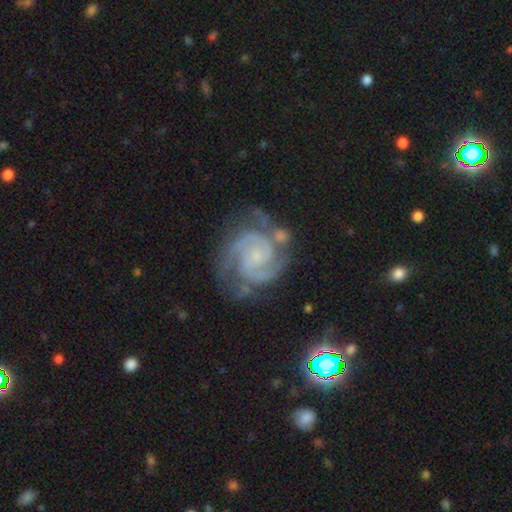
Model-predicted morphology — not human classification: Smooth or featured? featured or disk (92%)
Edge-on disk? no (98%)
Bar? no (61%)
Spiral arms? yes (99%)
Spiral winding? tight (62%)
Spiral arm count? 2 (69%)
Bulge size? small (68%)
Merging? none (67%)